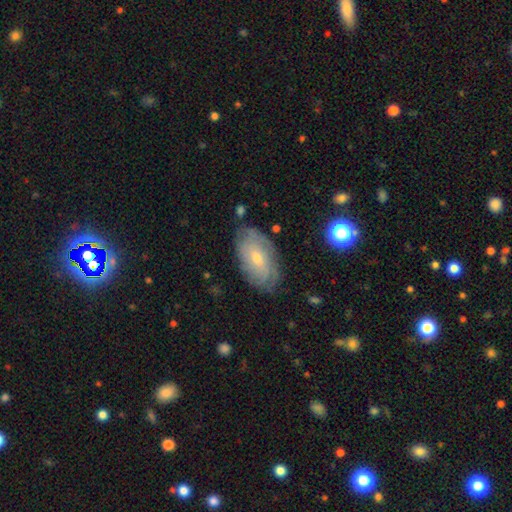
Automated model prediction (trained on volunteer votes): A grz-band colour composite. It shows a featured or disk galaxy (61%) with no bar (64%), spiral arms (78%) and a small central bulge (58%). Merging: none (76%).